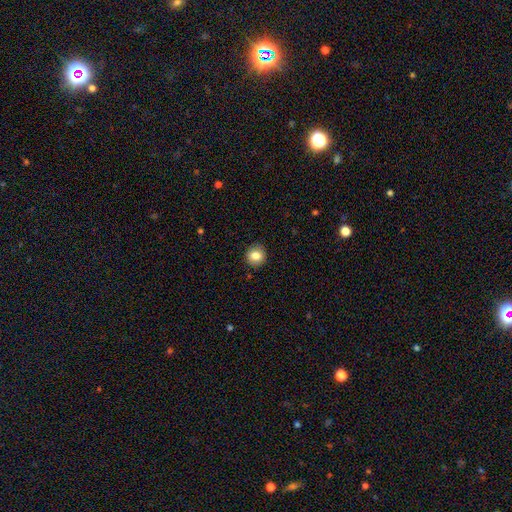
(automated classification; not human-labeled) Smooth or featured?
  - smooth: 84% *
  - star or artifact: 9%
  - featured or disk: 7%
How rounded?
  - round: 87% *
  - in between: 12%
  - cigar-shaped: 1%
Merging?
  - none: 90% *
  - minor disturbance: 7%
  - major disturbance: 2%
  - merger: 1%